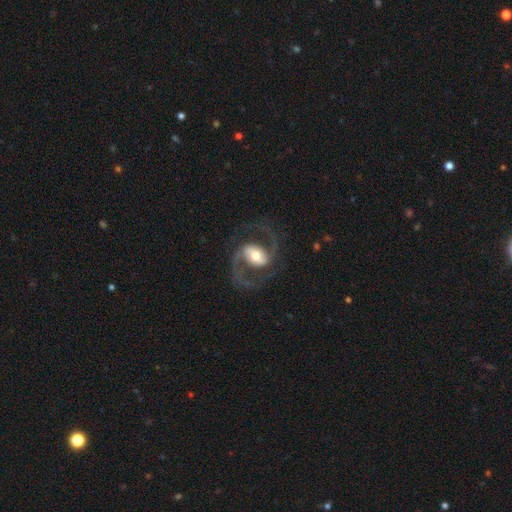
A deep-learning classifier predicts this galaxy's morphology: Smooth or featured? featured or disk (90%)
Edge-on disk? no (98%)
Bar? weak (39%)
Spiral arms? yes (97%)
Spiral winding? medium (61%)
Spiral arm count? 2 (94%)
Bulge size? moderate (62%)
Merging? none (77%)